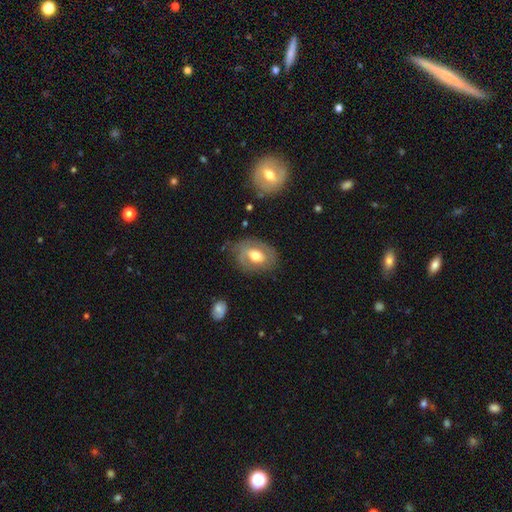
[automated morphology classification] Smooth or featured? featured or disk (53%)
Edge-on disk? no (93%)
Merging? none (68%)